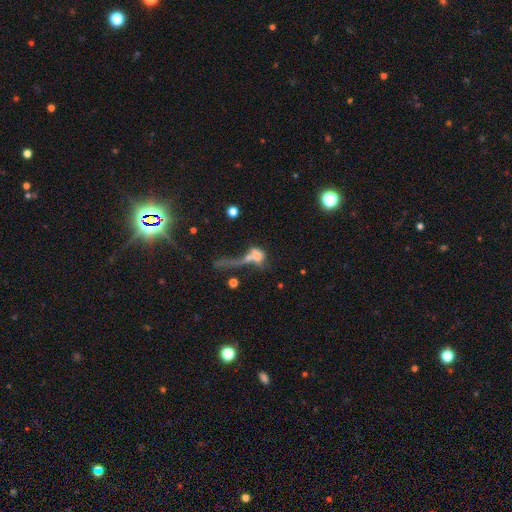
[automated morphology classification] smooth-or-featured: smooth: 55% | featured or disk: 32% | star or artifact: 13%
  how-rounded: in between: 57% | round: 31% | cigar-shaped: 12%
  merging: merger: 41% | major disturbance: 36% | none: 15% | minor disturbance: 9%